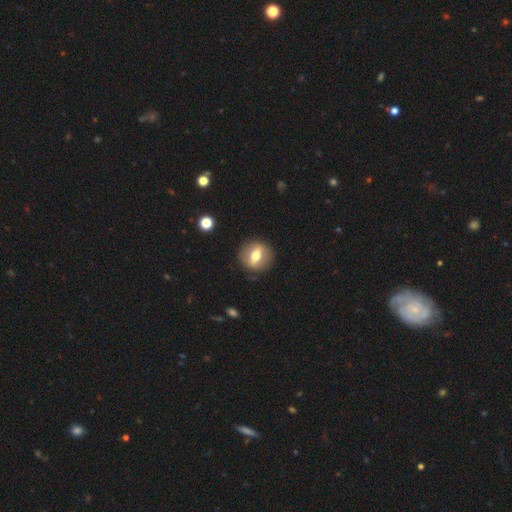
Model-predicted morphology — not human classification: This appears to be a featured or disk galaxy (48%). Merging: none (88%).